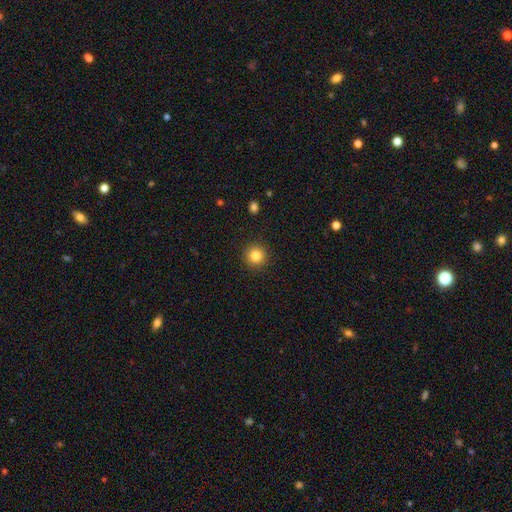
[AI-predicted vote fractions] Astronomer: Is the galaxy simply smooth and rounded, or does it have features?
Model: smooth — 84%.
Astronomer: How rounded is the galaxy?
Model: round — 95%.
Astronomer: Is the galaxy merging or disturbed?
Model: none — 92%.